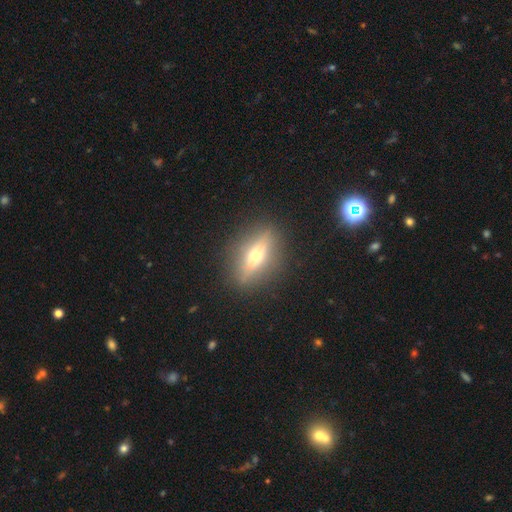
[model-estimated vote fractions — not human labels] This is possibly a featured or disk galaxy (52%). It is clearly viewed edge-on (83%). Merging: clearly none (86%).